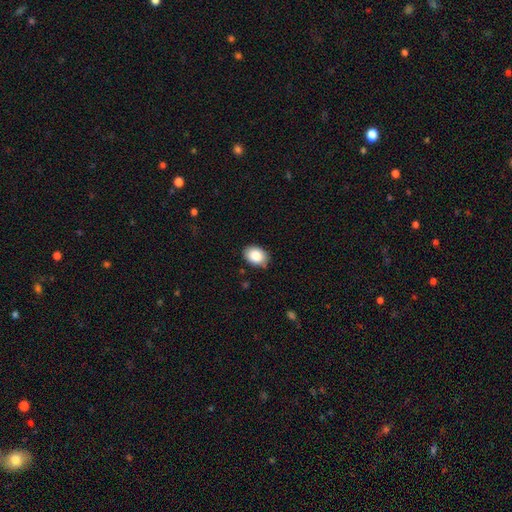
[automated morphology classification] Q: Smooth or featured?
A: smooth (87%); runner-up: star or artifact (7%)
Q: How rounded?
A: in between (75%); runner-up: round (24%)
Q: Merging?
A: none (83%); runner-up: minor disturbance (14%)